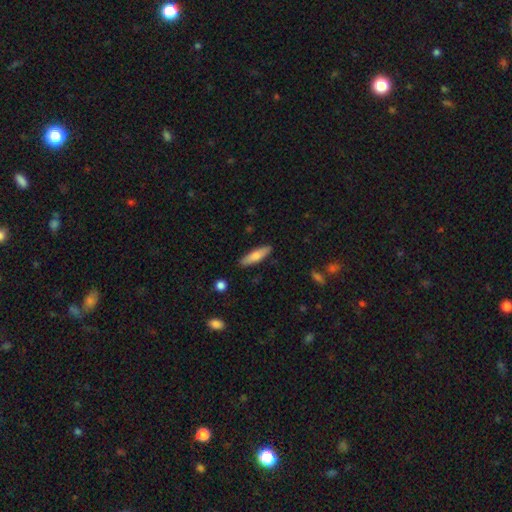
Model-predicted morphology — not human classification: This appears to be a smooth galaxy with no disk features (70%) that is cigar-shaped (63%). Merging: none (88%).